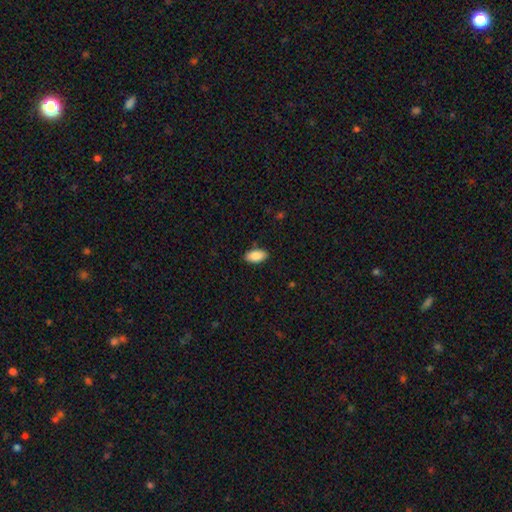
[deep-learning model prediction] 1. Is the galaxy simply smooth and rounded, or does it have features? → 87% smooth, 7% star or artifact, 6% featured or disk.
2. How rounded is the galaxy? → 94% in between, 3% cigar-shaped, 3% round.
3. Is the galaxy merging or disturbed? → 86% none, 10% minor disturbance, 2% major disturbance, 1% merger.